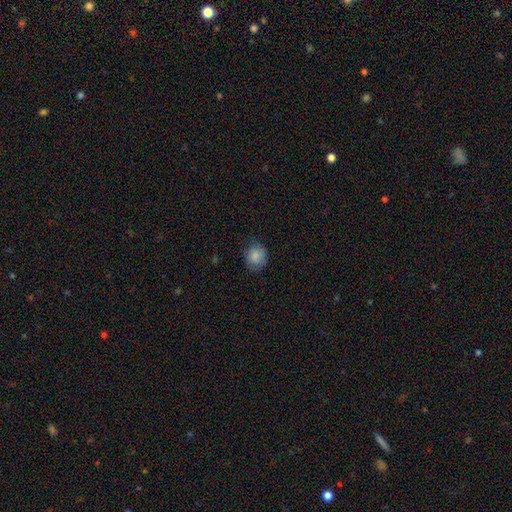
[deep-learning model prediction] Overall: smooth (85%). How rounded: round (72%). Merging: none (75%).